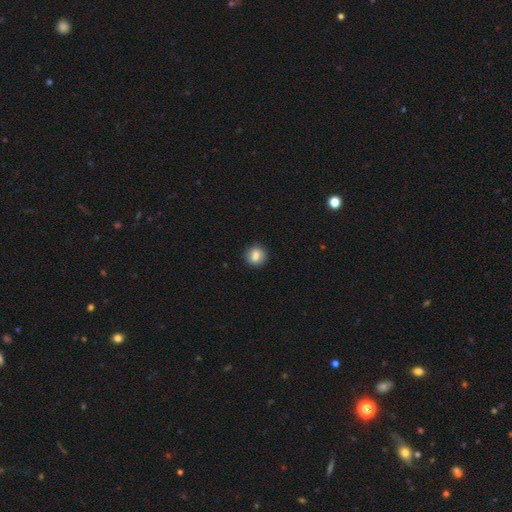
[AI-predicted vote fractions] The model was most divided on "smooth or featured": smooth: 78%, featured or disk: 13%, star or artifact: 9%. More confident: merging — none (89%); how rounded — round (87%).